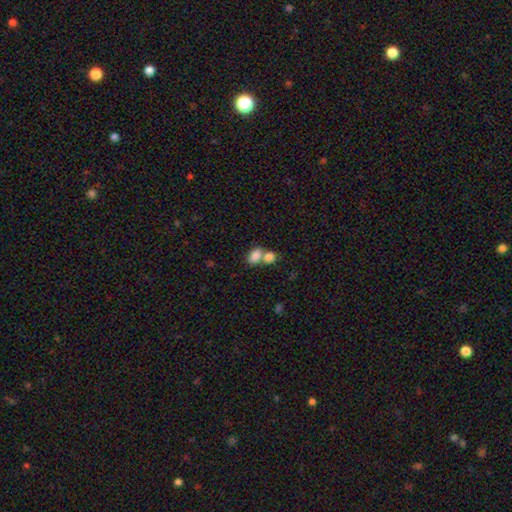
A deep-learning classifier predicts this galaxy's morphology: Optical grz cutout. It shows a smooth galaxy with no disk features (82%) that is in between round and cigar-shaped (78%). Merging: merger (60%).